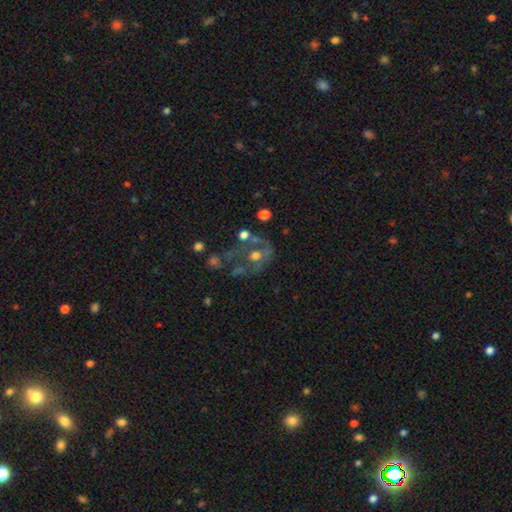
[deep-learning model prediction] A featured or disk galaxy (48%).

Vote fractions:
- Smooth or featured? featured or disk: 48% / smooth: 36% / star or artifact: 16%
- Merging? none: 35% / major disturbance: 27% / merger: 22% / minor disturbance: 16%